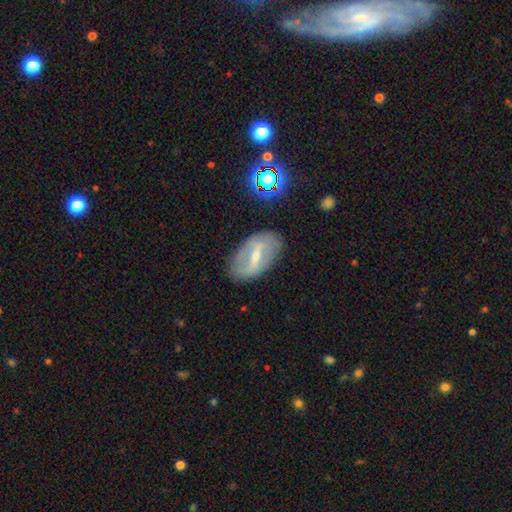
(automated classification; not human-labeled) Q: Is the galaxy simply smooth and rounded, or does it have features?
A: featured or disk — 63%.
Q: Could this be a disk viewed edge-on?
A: no — 89%.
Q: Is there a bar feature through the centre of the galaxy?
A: strong — 60%.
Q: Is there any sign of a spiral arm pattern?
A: yes — 51%.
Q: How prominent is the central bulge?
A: small — 49%.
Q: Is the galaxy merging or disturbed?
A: none — 80%.